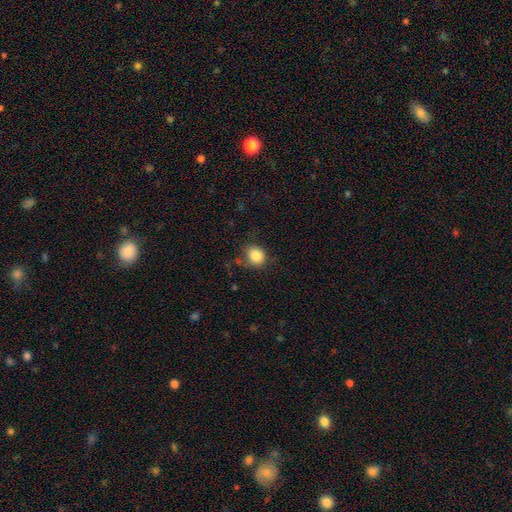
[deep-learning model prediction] A smooth galaxy with no disk features (85%) that is round (74%). Merging: none (73%).